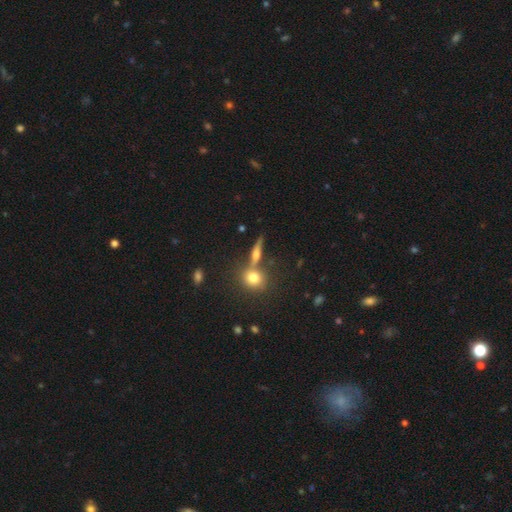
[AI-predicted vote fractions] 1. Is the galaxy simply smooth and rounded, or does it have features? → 47% smooth, 34% featured or disk, 19% star or artifact.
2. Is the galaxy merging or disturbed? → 62% none, 24% merger, 9% minor disturbance, 4% major disturbance.